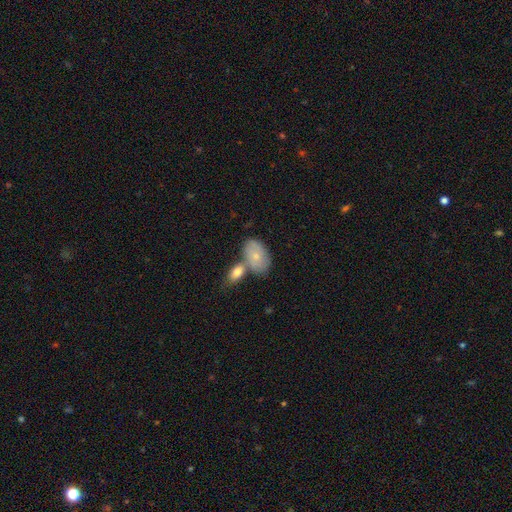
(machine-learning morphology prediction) A smooth galaxy with no disk features (69%) that is in between round and cigar-shaped (89%).

Vote fractions:
- Smooth or featured? smooth: 69% / featured or disk: 25% / star or artifact: 6%
- How rounded? in between: 89% / round: 9% / cigar-shaped: 2%
- Merging? merger: 42% / none: 39% / minor disturbance: 14% / major disturbance: 4%